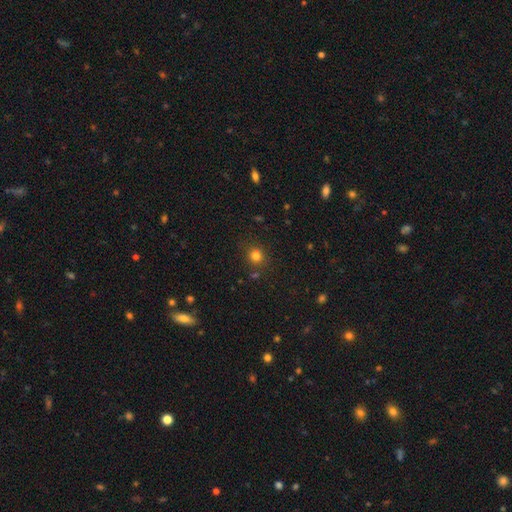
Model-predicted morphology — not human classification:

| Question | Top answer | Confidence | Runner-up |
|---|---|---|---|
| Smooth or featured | smooth | 79% | star or artifact (15%) |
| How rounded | round | 84% | in between (15%) |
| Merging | none | 81% | minor disturbance (11%) |